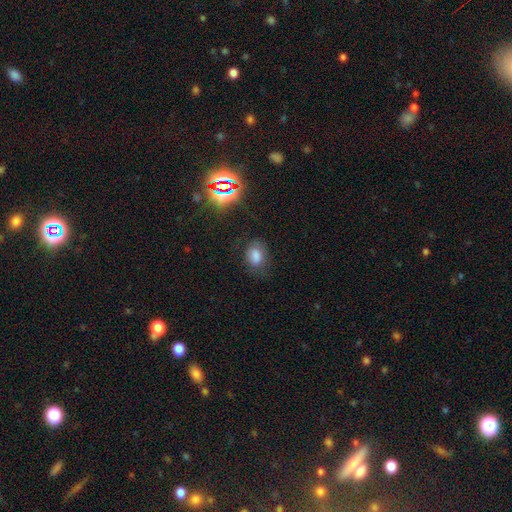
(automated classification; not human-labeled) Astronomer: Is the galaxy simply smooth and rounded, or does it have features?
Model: smooth — 76%.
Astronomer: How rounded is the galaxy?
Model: in between — 75%.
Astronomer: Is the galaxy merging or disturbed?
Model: none — 71%.